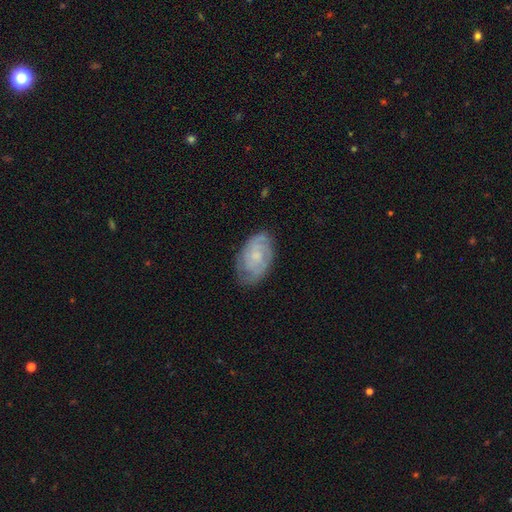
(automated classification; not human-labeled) smooth_or_featured: featured or disk (p=0.63) [alt: smooth p=0.30]
disk_edge_on: no (p=0.96) [alt: yes p=0.04]
bar: no (p=0.73) [alt: weak p=0.24]
has_spiral_arms: yes (p=0.85) [alt: no p=0.15]
spiral_winding: tight (p=0.59) [alt: medium p=0.31]
spiral_arm_count: can't tell (p=0.43) [alt: 2 p=0.32]
bulge_size: small (p=0.52) [alt: moderate p=0.31]
merging: none (p=0.71) [alt: minor disturbance p=0.22]